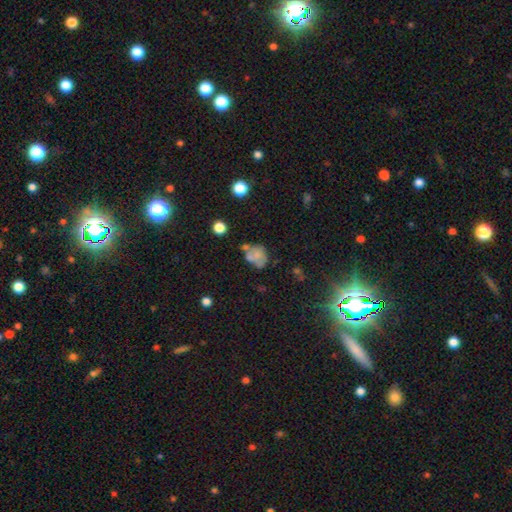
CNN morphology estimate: Smooth or featured? smooth (54%)
How rounded? in between (51%)
Merging? none (35%)